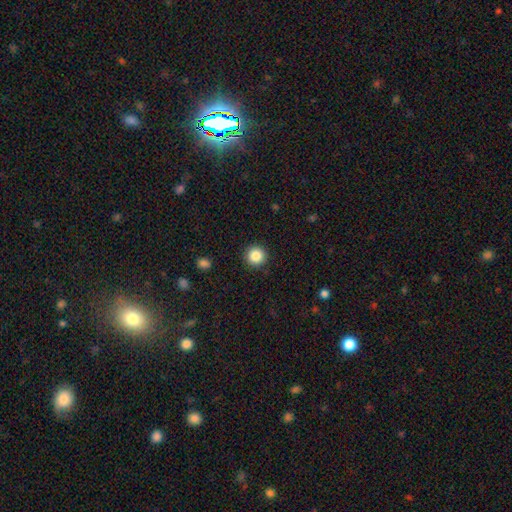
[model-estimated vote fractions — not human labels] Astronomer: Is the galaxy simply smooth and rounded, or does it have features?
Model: smooth — 86%.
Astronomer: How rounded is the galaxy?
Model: round — 95%.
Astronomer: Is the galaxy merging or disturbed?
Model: none — 92%.